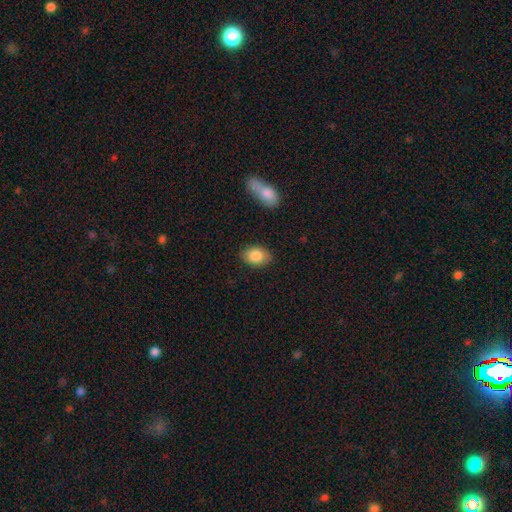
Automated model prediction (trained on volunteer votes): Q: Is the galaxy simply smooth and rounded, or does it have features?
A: smooth — 85%.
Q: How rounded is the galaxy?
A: in between — 80%.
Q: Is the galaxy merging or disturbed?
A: none — 85%.